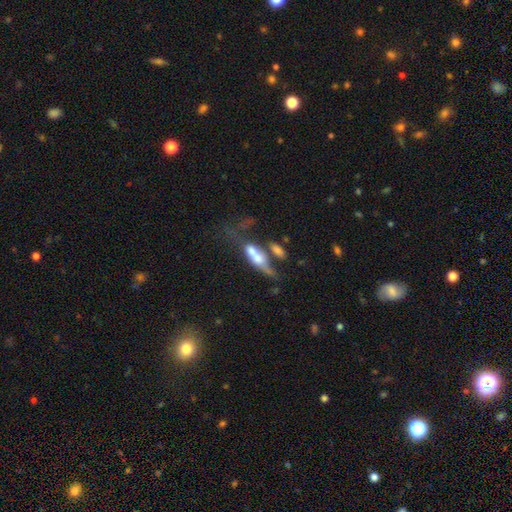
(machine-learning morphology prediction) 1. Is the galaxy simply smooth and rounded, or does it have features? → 50% smooth, 40% featured or disk, 10% star or artifact.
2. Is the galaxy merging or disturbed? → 49% merger, 21% major disturbance, 18% none, 12% minor disturbance.